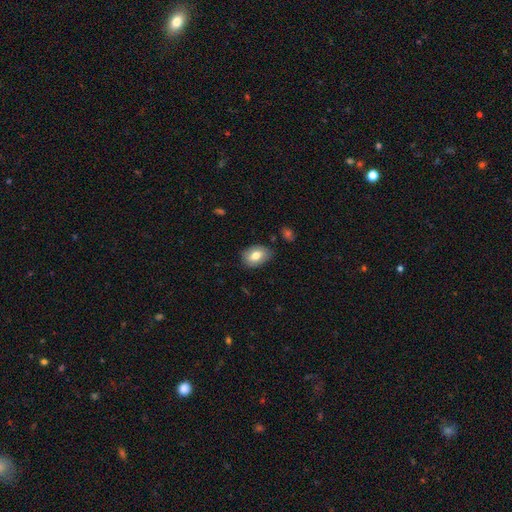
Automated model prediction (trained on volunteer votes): A smooth galaxy with no disk features (73%) that is in between round and cigar-shaped (85%). Merging: none (80%).